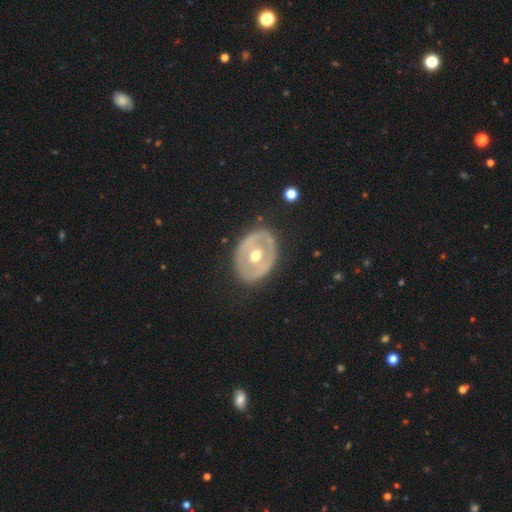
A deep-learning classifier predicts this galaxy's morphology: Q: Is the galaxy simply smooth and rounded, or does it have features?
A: featured or disk — 61%.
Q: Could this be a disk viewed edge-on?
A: no — 92%.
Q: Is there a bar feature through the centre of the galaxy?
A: no — 77%.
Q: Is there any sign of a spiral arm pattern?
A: no — 88%.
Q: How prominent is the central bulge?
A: moderate — 78%.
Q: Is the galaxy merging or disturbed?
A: none — 80%.